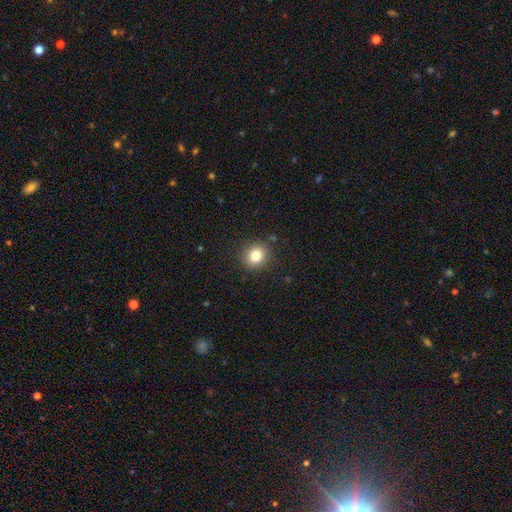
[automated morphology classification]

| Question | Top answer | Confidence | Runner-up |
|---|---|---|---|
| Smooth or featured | smooth | 82% | star or artifact (11%) |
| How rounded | round | 82% | in between (17%) |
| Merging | none | 88% | minor disturbance (8%) |